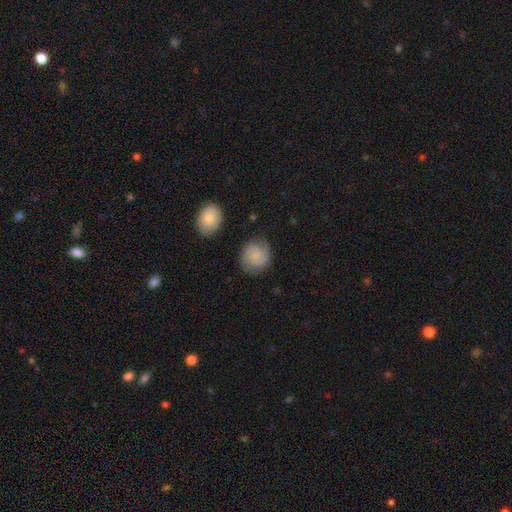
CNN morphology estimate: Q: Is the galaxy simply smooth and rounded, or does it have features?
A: smooth — 58%.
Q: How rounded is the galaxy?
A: round — 74%.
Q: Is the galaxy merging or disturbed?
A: none — 76%.